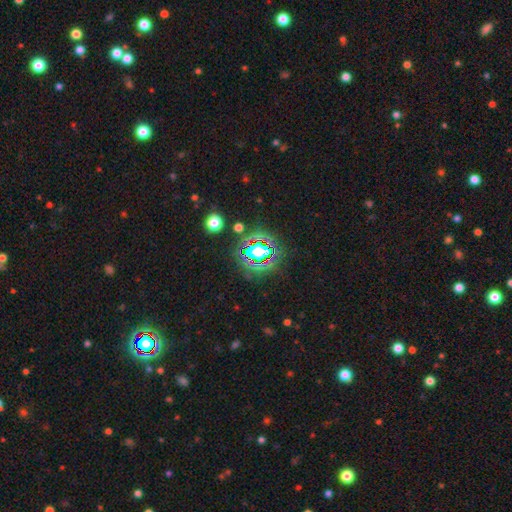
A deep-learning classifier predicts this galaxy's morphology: Smooth or featured?
  - star or artifact: 64% *
  - smooth: 25%
  - featured or disk: 11%